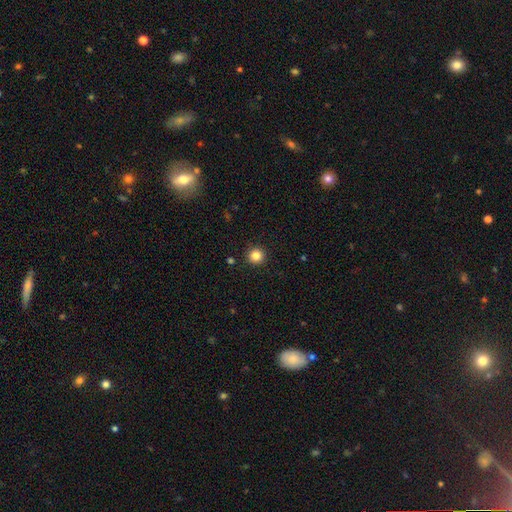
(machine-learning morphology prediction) Smooth or featured? Predicted: smooth (p=0.84). How rounded? Predicted: round (p=0.95). Merging? Predicted: none (p=0.92).